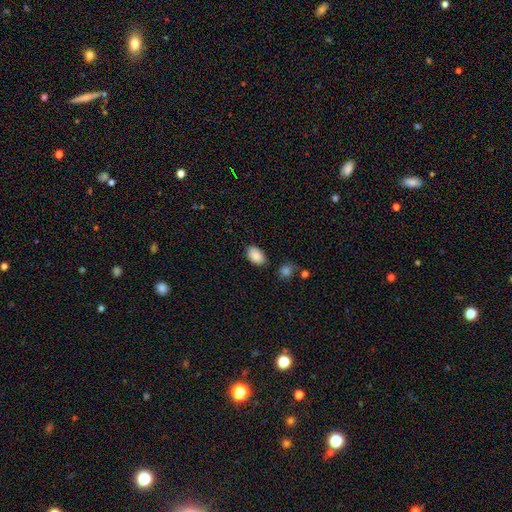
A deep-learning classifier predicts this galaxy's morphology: This appears to be a smooth galaxy with no disk features (88%) that is in between round and cigar-shaped (89%). Merging: none (82%).